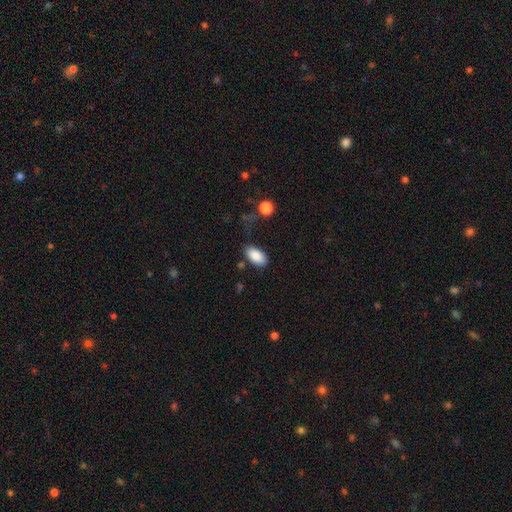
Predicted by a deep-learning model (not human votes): smooth-or-featured: smooth: 87% | star or artifact: 7% | featured or disk: 6%
  how-rounded: in between: 94% | round: 4% | cigar-shaped: 3%
  merging: none: 76% | minor disturbance: 16% | major disturbance: 5% | merger: 3%